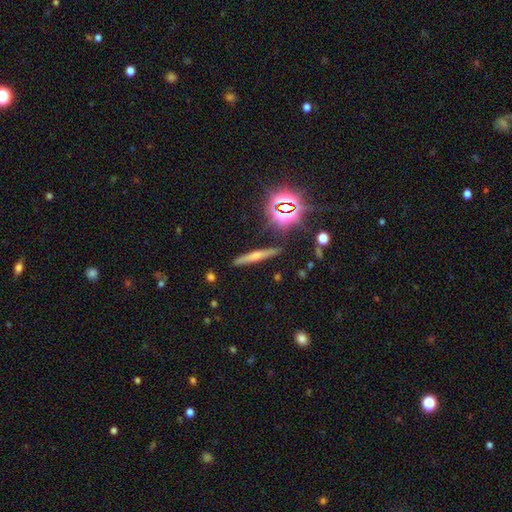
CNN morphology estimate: This is possibly a featured or disk galaxy (46%). Merging: clearly none (88%).